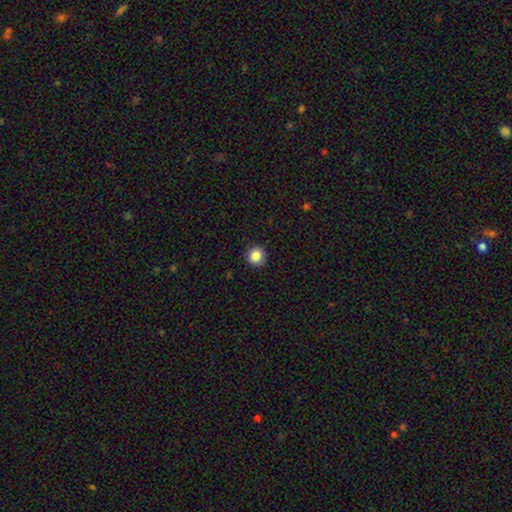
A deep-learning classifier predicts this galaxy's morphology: This is clearly a smooth galaxy (86%). How rounded: clearly round (92%). Merging: clearly none (91%).